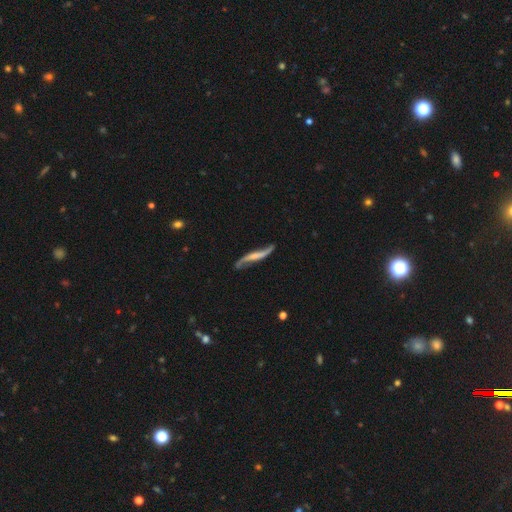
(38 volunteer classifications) smooth-or-featured: featured or disk: 92% | smooth: 8% | star or artifact: 0%
  disk-edge-on: no: 66% | yes: 34%
    bar: no: 43% | strong: 30% | weak: 26%
    has-spiral-arms: yes: 100% | no: 0%
      spiral-winding: loose: 91% | tight: 4% | medium: 4%
      spiral-arm-count: 2: 96% | can't tell: 4% | 1: 0% | 3: 0% | 4: 0% | more than 4: 0%
    bulge-size: moderate: 43% | none: 39% | small: 13% | large: 4% | dominant: 0%
  merging: none: 79% | minor disturbance: 16% | major disturbance: 5% | merger: 0%